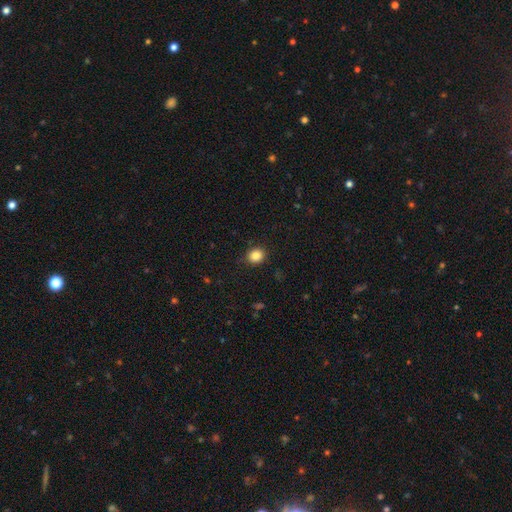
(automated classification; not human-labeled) Smooth or featured? Predicted: smooth (p=0.85). How rounded? Predicted: round (p=0.74). Merging? Predicted: none (p=0.88).